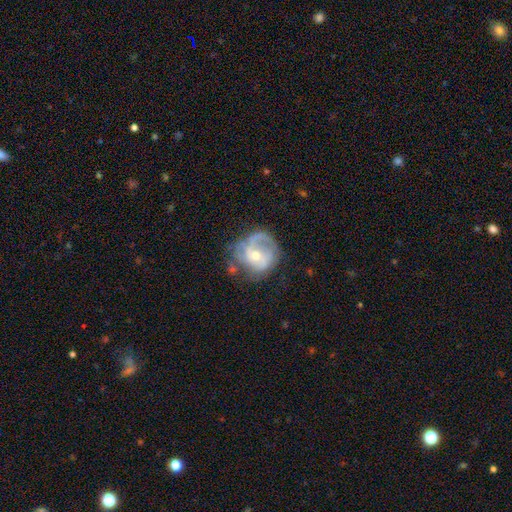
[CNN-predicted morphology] This is likely a featured or disk galaxy (70%). It is clearly not viewed edge-on (97%). Bar: likely no (65%). Spiral arm pattern: likely yes (78%). Spiral arm count: marginally 2 (31%). Spiral winding: marginally tight (39%). Central bulge: possibly moderate (49%). Merging: possibly none (47%).